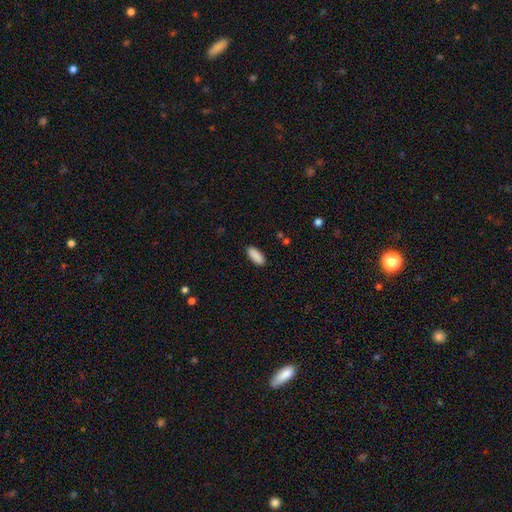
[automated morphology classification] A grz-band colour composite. It shows a smooth galaxy with no disk features (90%) that is in between round and cigar-shaped (80%). Merging: none (89%).